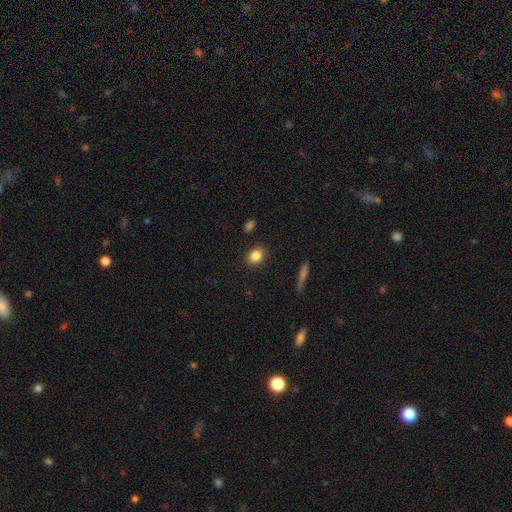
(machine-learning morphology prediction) A smooth galaxy with no disk features (84%) that is round (55%). Merging: none (89%).